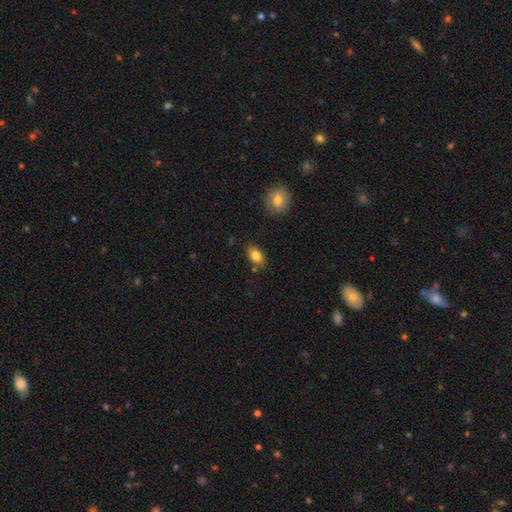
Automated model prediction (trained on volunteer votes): Overall: smooth (83%). How rounded: in between (88%). Merging: none (81%).